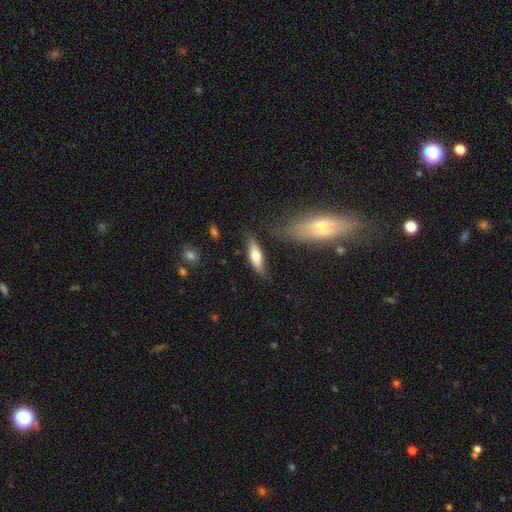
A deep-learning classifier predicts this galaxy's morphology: Smooth or featured? Predicted: smooth (p=0.63). How rounded? Predicted: in between (p=0.57). Merging? Predicted: none (p=0.75).